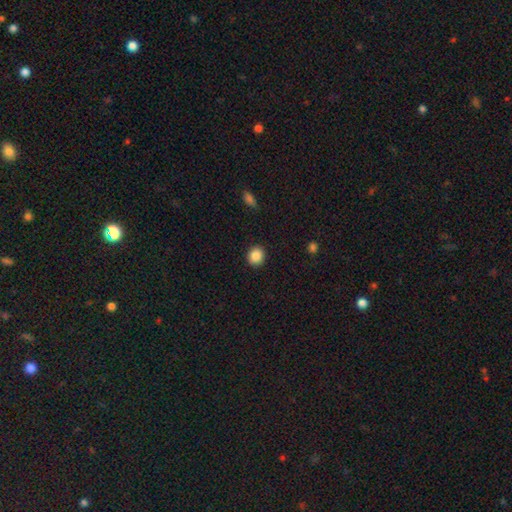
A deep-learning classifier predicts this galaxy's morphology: The model was most divided on "how rounded": round: 82%, in between: 17%, cigar-shaped: 1%. More confident: merging — none (91%); smooth or featured — smooth (88%).